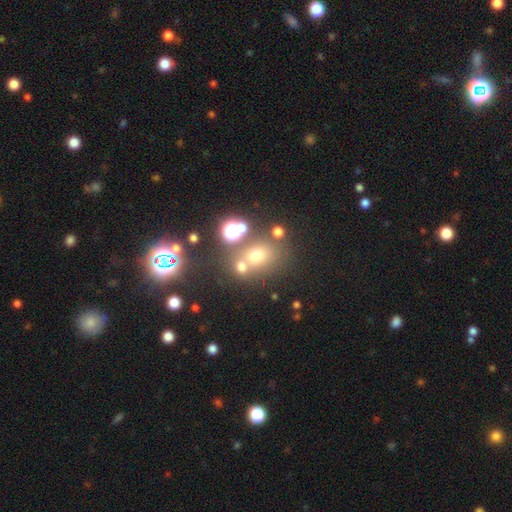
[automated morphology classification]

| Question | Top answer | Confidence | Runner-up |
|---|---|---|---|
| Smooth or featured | smooth | 54% | star or artifact (34%) |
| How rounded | round | 65% | in between (34%) |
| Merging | none | 58% | merger (26%) |